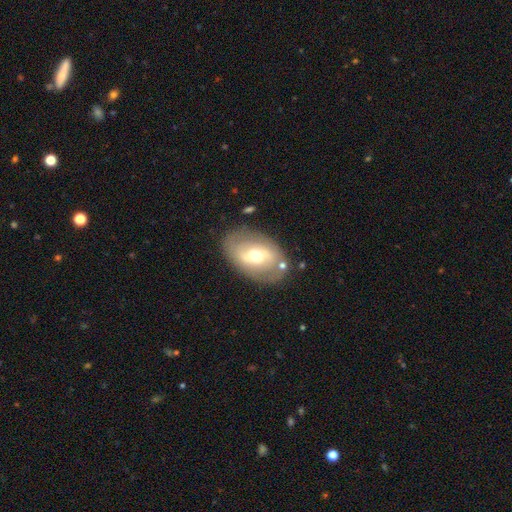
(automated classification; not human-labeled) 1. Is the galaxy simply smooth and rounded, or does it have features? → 56% featured or disk, 38% smooth, 7% star or artifact.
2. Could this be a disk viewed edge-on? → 91% no, 9% yes.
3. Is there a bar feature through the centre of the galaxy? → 40% weak, 32% no, 28% strong.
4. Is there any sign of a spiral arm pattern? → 65% no, 35% yes.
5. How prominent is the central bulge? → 70% moderate, 15% small, 12% large, 1% dominant, 1% none.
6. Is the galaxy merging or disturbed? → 75% none, 15% minor disturbance, 6% major disturbance, 4% merger.